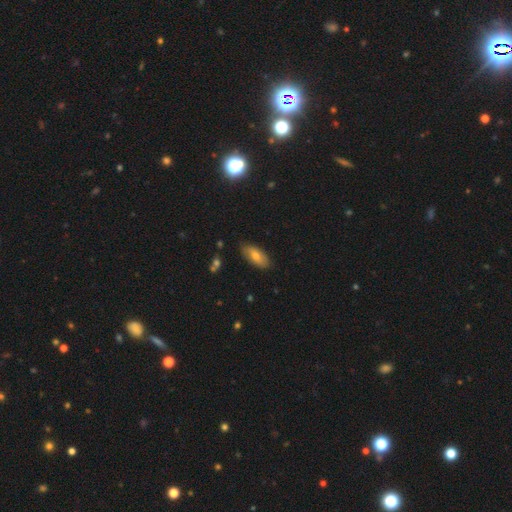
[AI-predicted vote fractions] A smooth galaxy with no disk features (68%) that is in between round and cigar-shaped (85%). Merging: none (82%).